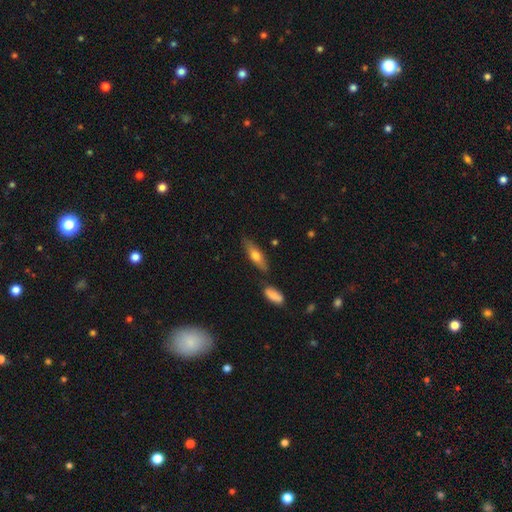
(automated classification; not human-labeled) A smooth galaxy with no disk features (64%) that is cigar-shaped (51%). Merging: none (76%).